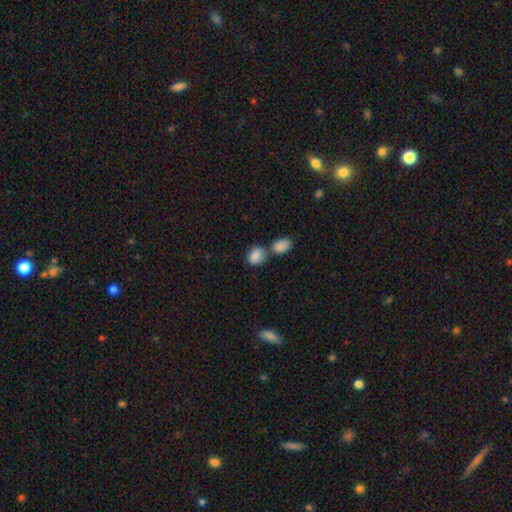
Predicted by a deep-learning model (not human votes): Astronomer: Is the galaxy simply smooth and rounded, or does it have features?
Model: smooth — 86%.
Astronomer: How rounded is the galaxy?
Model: in between — 65%.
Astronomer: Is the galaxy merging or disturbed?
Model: none — 43% (runner-up: merger, 41%).